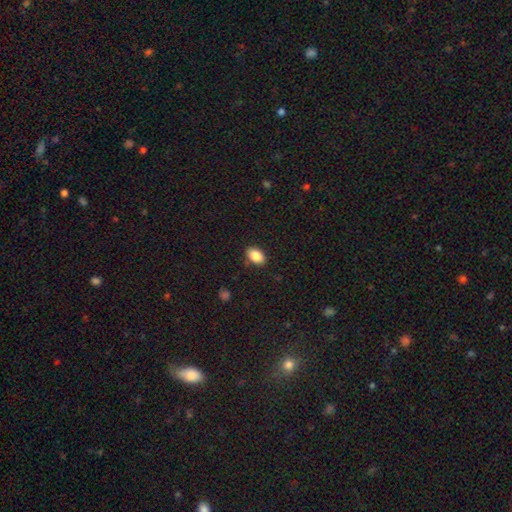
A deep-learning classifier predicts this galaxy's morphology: smooth-or-featured: smooth: 86% | star or artifact: 8% | featured or disk: 6%
  how-rounded: in between: 87% | round: 12% | cigar-shaped: 1%
  merging: none: 87% | minor disturbance: 10% | major disturbance: 2% | merger: 1%